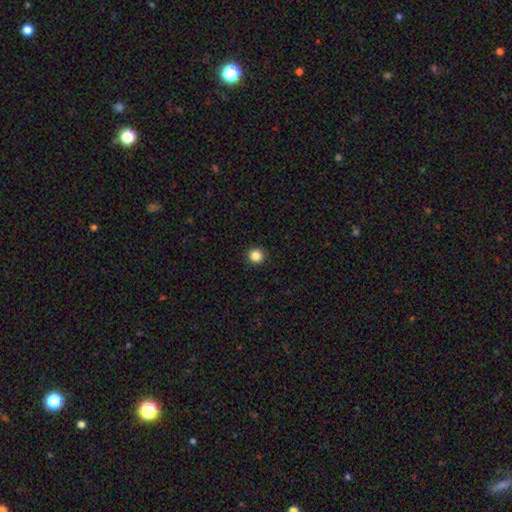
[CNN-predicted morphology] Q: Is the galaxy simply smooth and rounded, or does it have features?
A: smooth — 85%.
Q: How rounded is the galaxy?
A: round — 95%.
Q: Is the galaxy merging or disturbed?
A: none — 93%.